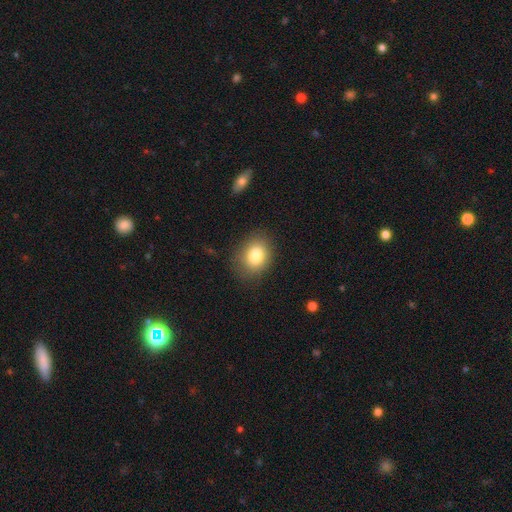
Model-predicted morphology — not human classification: Smooth or featured? Predicted: smooth (p=0.81). How rounded? Predicted: in between (p=0.54). Merging? Predicted: none (p=0.81).